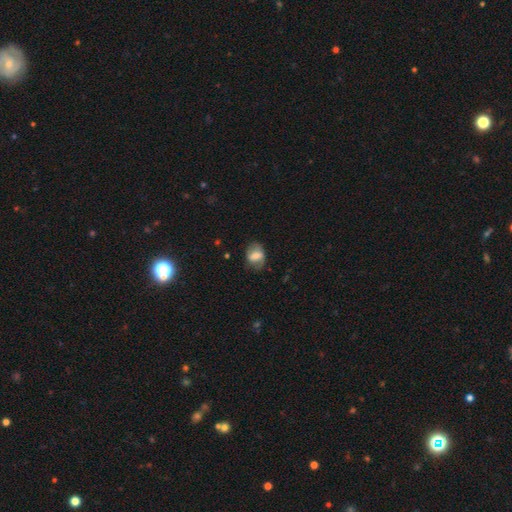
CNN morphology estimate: This is possibly a smooth galaxy (58%). How rounded: likely in between (69%). Merging: possibly none (58%).